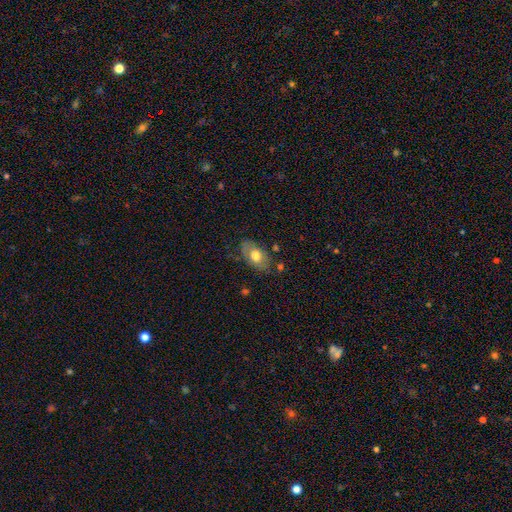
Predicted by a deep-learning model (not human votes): Morphology: type=smooth (62%); roundness=in between (90%); merging=none (73%).